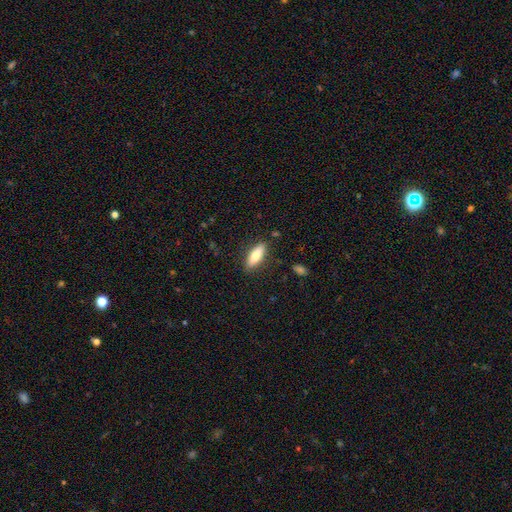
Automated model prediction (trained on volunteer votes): Smooth or featured: smooth — 74% (featured or disk — 20%)
How rounded: in between — 62% (cigar-shaped — 36%)
Merging: none — 86% (minor disturbance — 10%)